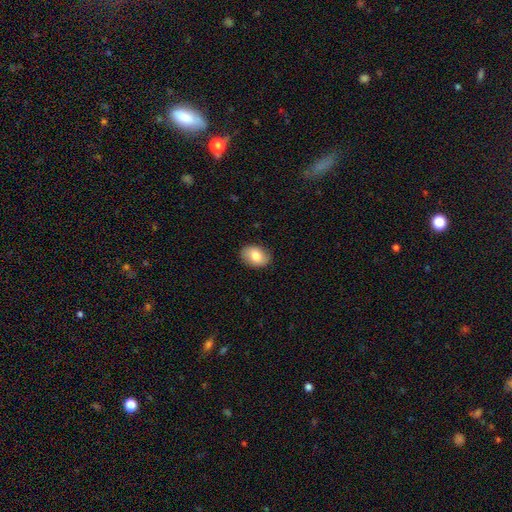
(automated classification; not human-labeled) smooth-or-featured: smooth: 79% | featured or disk: 14% | star or artifact: 7%
  how-rounded: in between: 76% | round: 23% | cigar-shaped: 1%
  merging: none: 87% | minor disturbance: 10% | major disturbance: 2% | merger: 1%